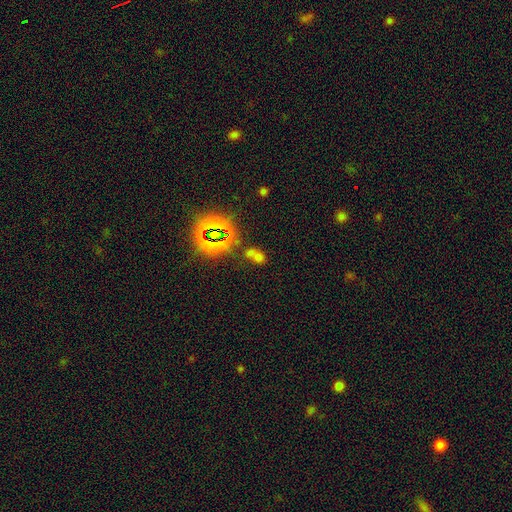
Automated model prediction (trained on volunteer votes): A smooth galaxy with no disk features (46%). Merging: merger (46%).